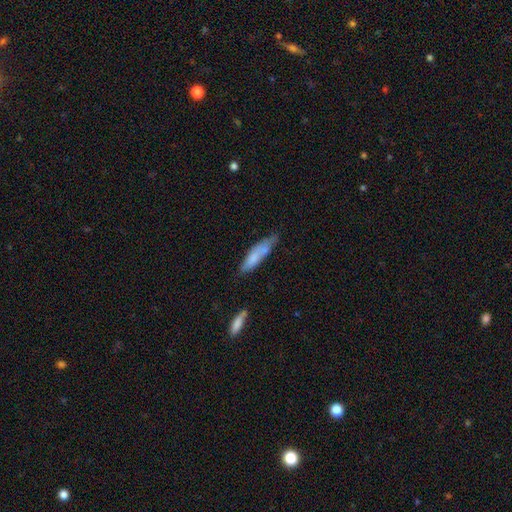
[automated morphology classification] This appears to be a smooth galaxy with no disk features (68%) that is cigar-shaped (69%). Merging: none (54%).